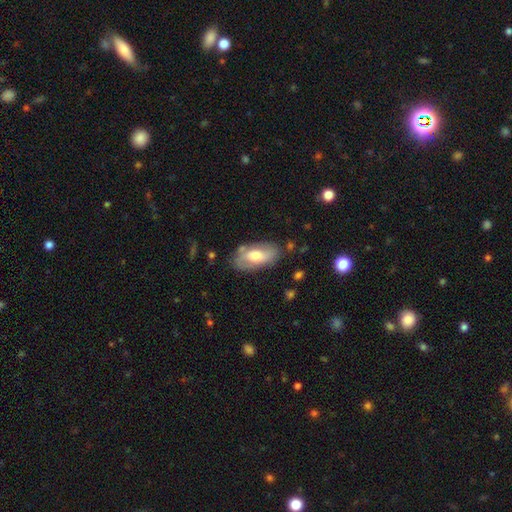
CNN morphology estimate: Smooth or featured?
  - smooth: 52% *
  - featured or disk: 41%
  - star or artifact: 6%
How rounded?
  - in between: 91% *
  - cigar-shaped: 5%
  - round: 3%
Merging?
  - none: 72% *
  - minor disturbance: 19%
  - major disturbance: 5%
  - merger: 4%